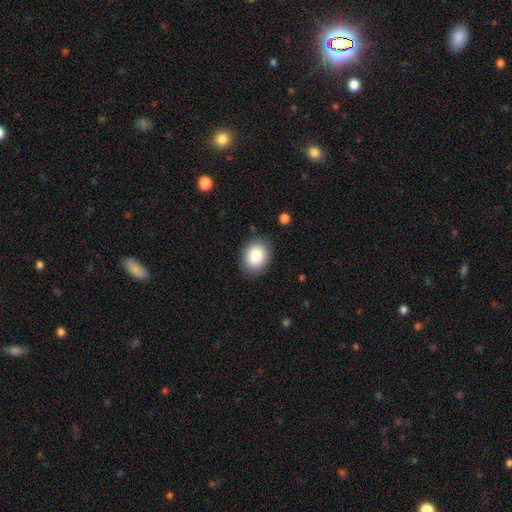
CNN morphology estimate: This appears to be a smooth galaxy with no disk features (87%) that is in between round and cigar-shaped (58%). Merging: none (86%).